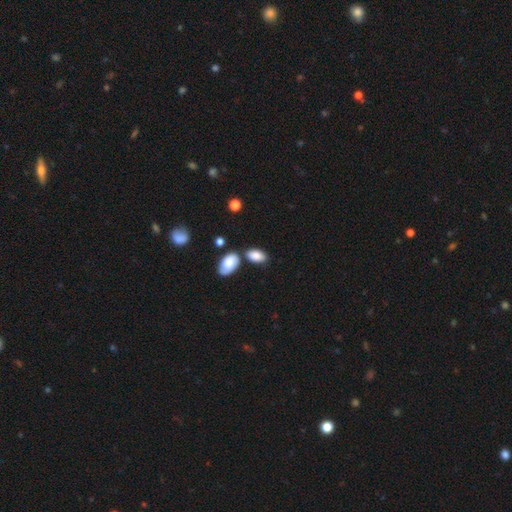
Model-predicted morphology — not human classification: Smooth or featured?
  - smooth: 85% *
  - featured or disk: 8%
  - star or artifact: 7%
How rounded?
  - in between: 93% *
  - round: 5%
  - cigar-shaped: 2%
Merging?
  - none: 62% *
  - minor disturbance: 17%
  - merger: 17%
  - major disturbance: 4%